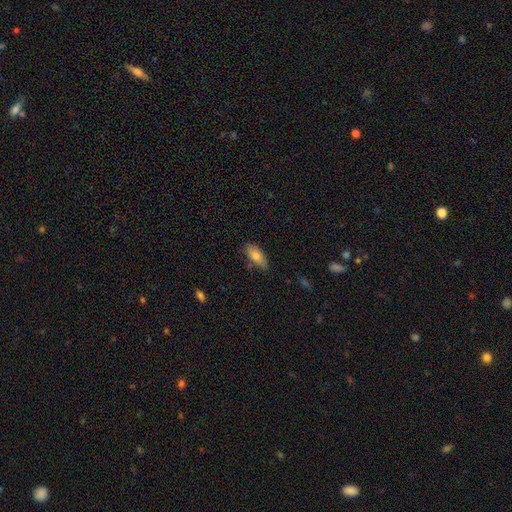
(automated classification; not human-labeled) The model was most divided on "merging": none: 74%, minor disturbance: 19%, major disturbance: 3%, merger: 3%. More confident: how rounded — in between (83%); smooth or featured — smooth (77%).